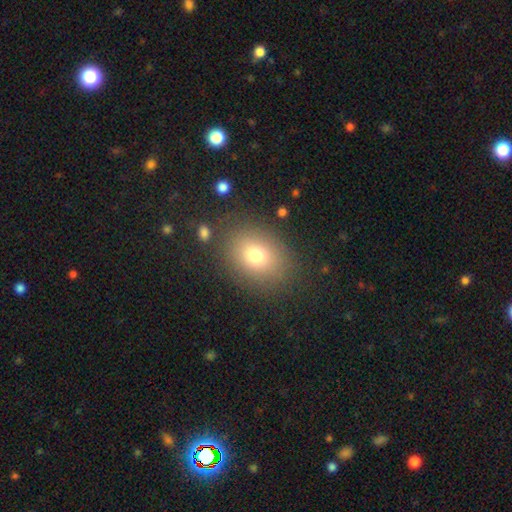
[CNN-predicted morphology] The model was most divided on "how rounded": in between: 55%, round: 44%, cigar-shaped: 1%. More confident: merging — none (83%); smooth or featured — smooth (75%).